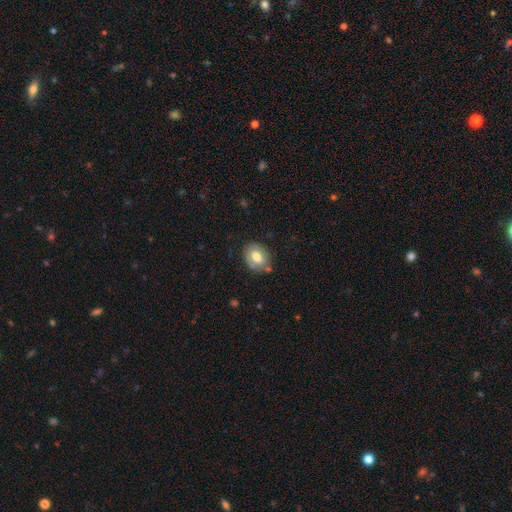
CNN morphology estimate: Smooth or featured? smooth (64%)
How rounded? in between (66%)
Merging? none (70%)